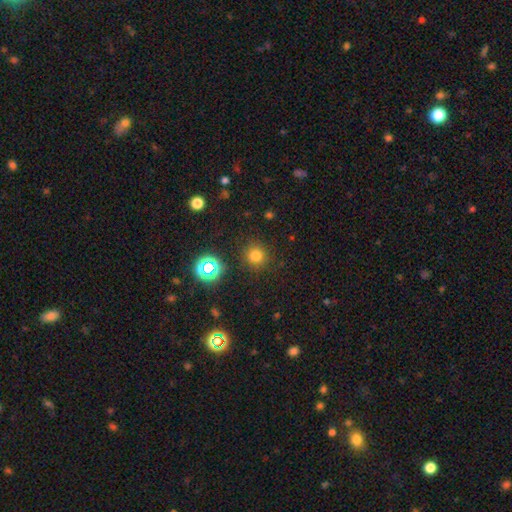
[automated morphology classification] Q: Smooth or featured?
A: smooth (74%); runner-up: star or artifact (20%)
Q: How rounded?
A: round (94%); runner-up: in between (5%)
Q: Merging?
A: none (88%); runner-up: minor disturbance (7%)